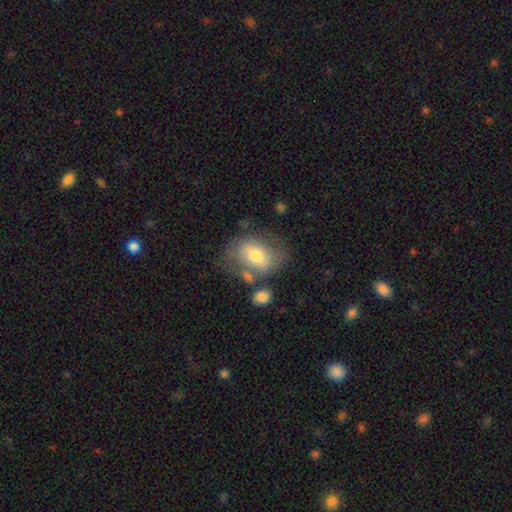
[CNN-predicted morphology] Smooth or featured?
  - smooth: 60% *
  - featured or disk: 32%
  - star or artifact: 7%
How rounded?
  - in between: 74% *
  - round: 24%
  - cigar-shaped: 1%
Merging?
  - none: 55% *
  - minor disturbance: 21%
  - merger: 13%
  - major disturbance: 11%